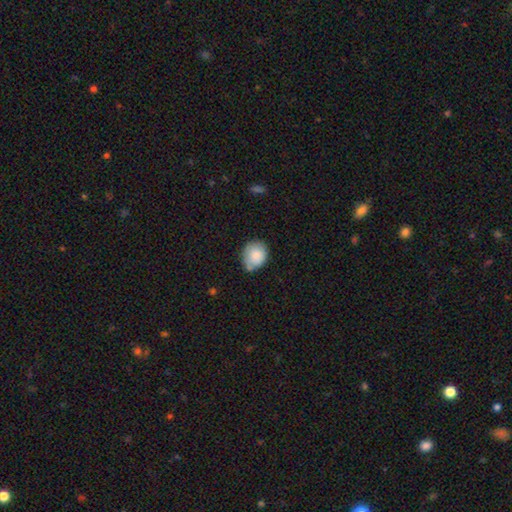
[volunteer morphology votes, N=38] A smooth galaxy with no disk features (89%) that is round (79%).

Vote fractions:
- Smooth or featured? smooth: 89% / featured or disk: 5% / star or artifact: 5%
- How rounded? round: 79% / in between: 21% / cigar-shaped: 0%
- Merging? none: 47% / minor disturbance: 33% / major disturbance: 11% / merger: 8%